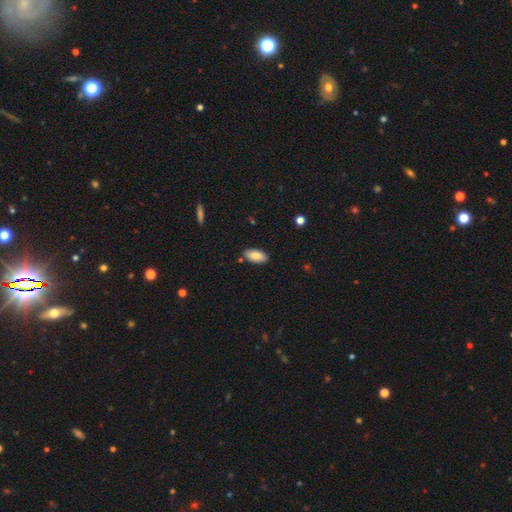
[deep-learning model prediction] Smooth or featured: smooth — 83% (featured or disk — 10%)
How rounded: in between — 93% (cigar-shaped — 5%)
Merging: none — 86% (minor disturbance — 10%)